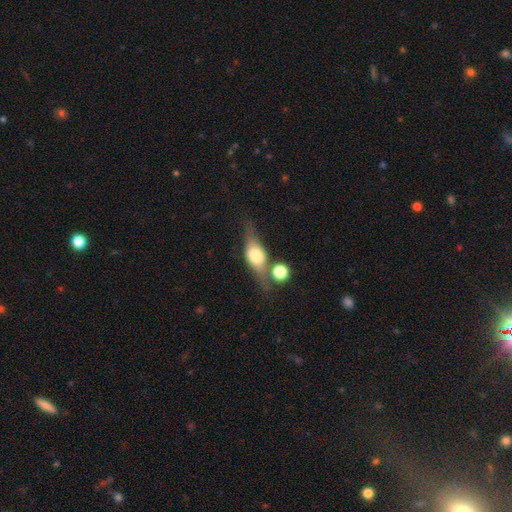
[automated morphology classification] Smooth or featured? Predicted: featured or disk (p=0.58). Edge-on disk? Predicted: yes (p=0.89). Edge-on bulge? Predicted: rounded (p=0.91). Merging? Predicted: none (p=0.60).